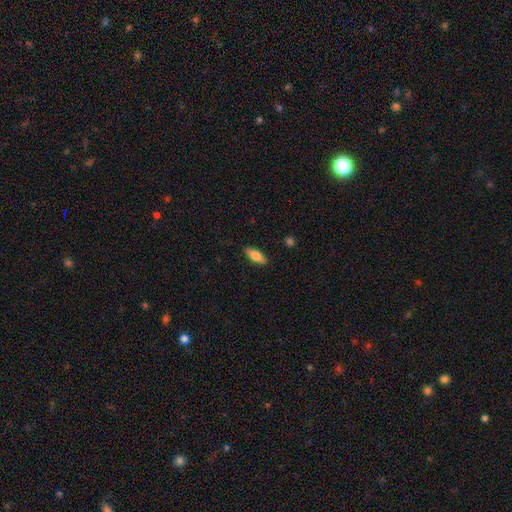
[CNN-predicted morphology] Smooth or featured? Predicted: smooth (p=0.73). How rounded? Predicted: in between (p=0.64). Merging? Predicted: none (p=0.88).